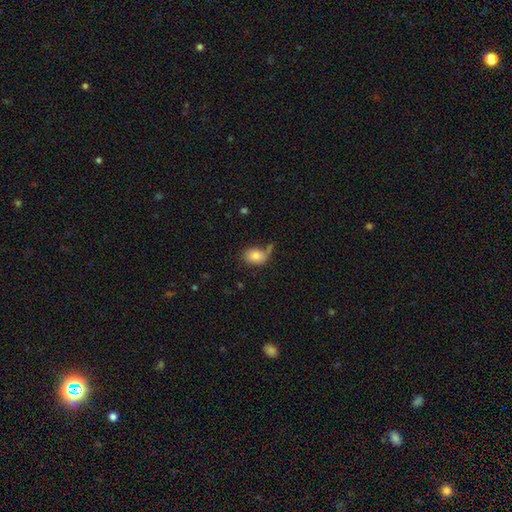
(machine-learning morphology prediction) Smooth or featured? smooth (81%)
How rounded? in between (73%)
Merging? none (51%)